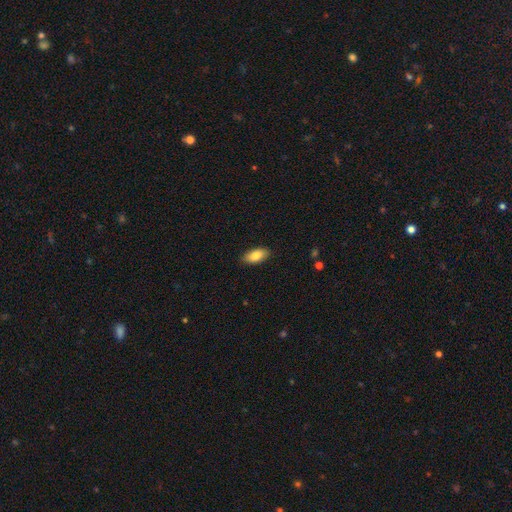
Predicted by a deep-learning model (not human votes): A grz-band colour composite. It shows a smooth galaxy with no disk features (85%) that is in between round and cigar-shaped (89%). Merging: none (88%).